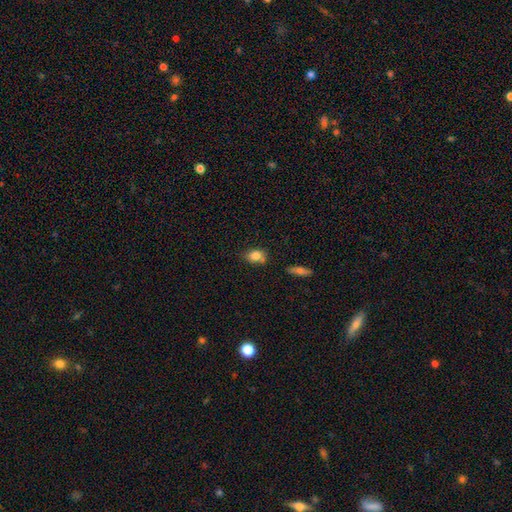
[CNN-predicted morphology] A smooth galaxy with no disk features (82%) that is in between round and cigar-shaped (70%). Merging: none (61%).